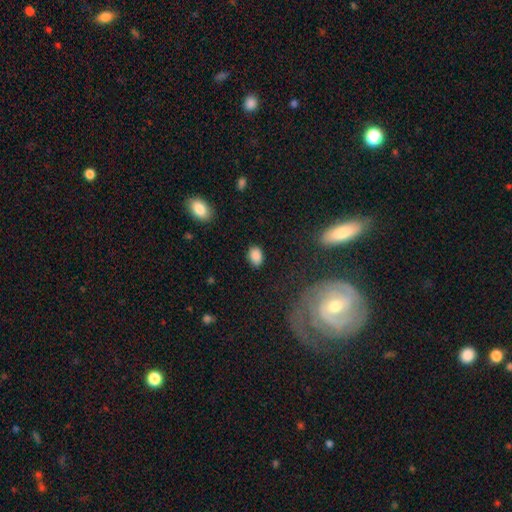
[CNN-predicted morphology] type=smooth (87%); roundness=in between (76%); merging=none (83%).